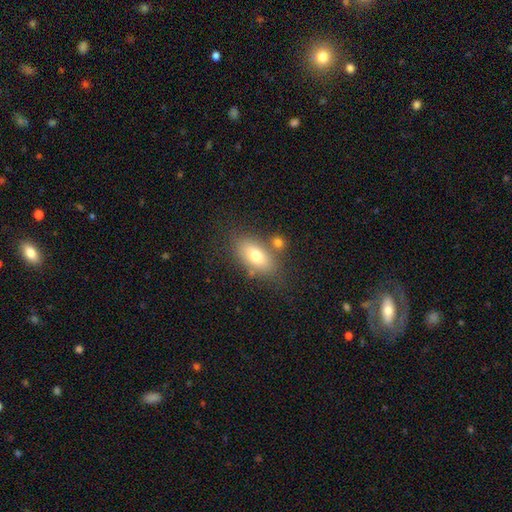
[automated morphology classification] The model was most divided on "merging": none: 66%, minor disturbance: 15%, merger: 14%, major disturbance: 5%. More confident: how rounded — in between (88%); smooth or featured — smooth (73%).